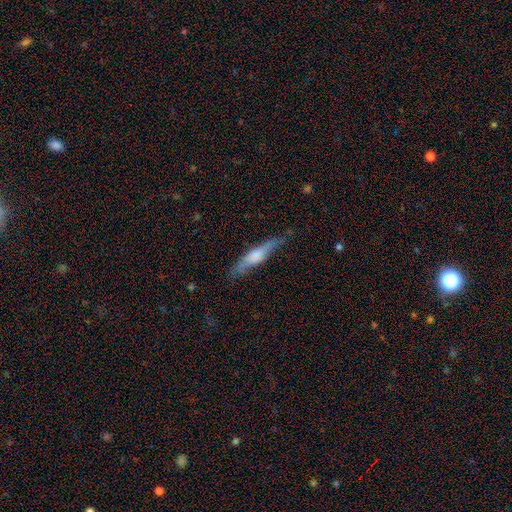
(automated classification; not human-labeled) Smooth or featured?
  - featured or disk: 47% * (tied)
  - smooth: 47% * (tied)
  - star or artifact: 6%
Merging?
  - none: 72% *
  - minor disturbance: 21%
  - major disturbance: 5%
  - merger: 2%